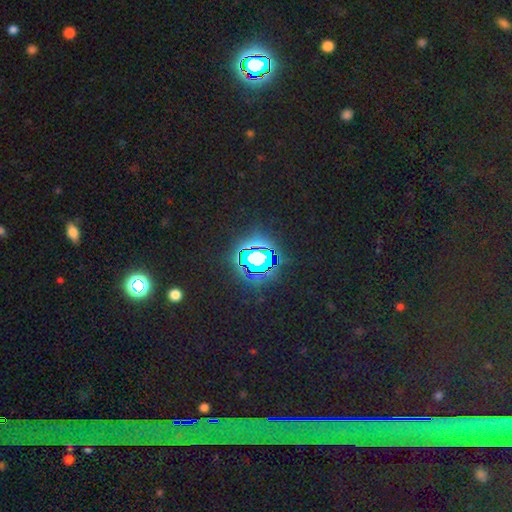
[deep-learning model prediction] smooth-or-featured: star or artifact: 73% | smooth: 16% | featured or disk: 11%